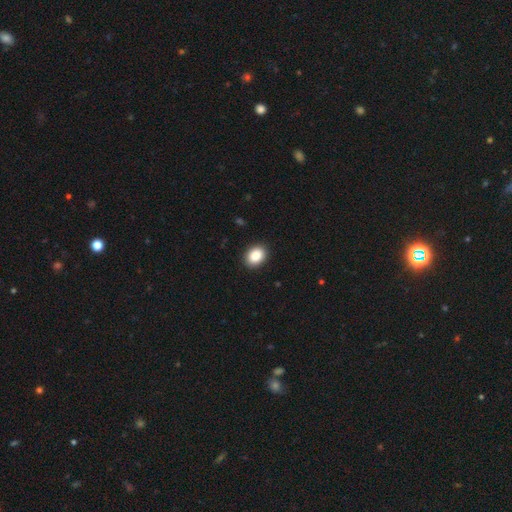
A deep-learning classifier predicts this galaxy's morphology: This is clearly a smooth galaxy (88%). How rounded: likely in between (68%). Merging: clearly none (90%).